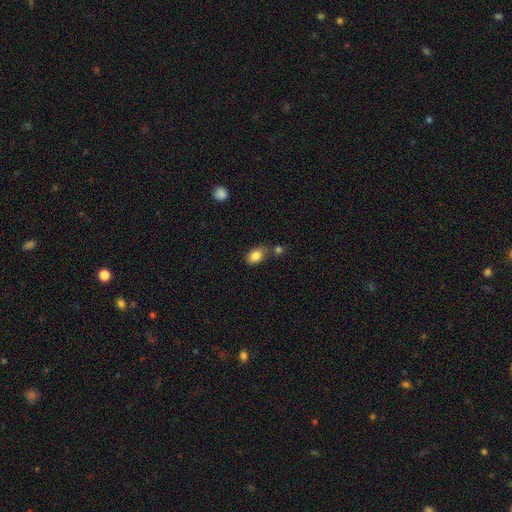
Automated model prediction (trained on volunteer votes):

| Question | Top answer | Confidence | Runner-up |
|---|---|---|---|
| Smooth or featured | smooth | 83% | featured or disk (9%) |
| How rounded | in between | 82% | round (17%) |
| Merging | none | 61% | merger (19%) |